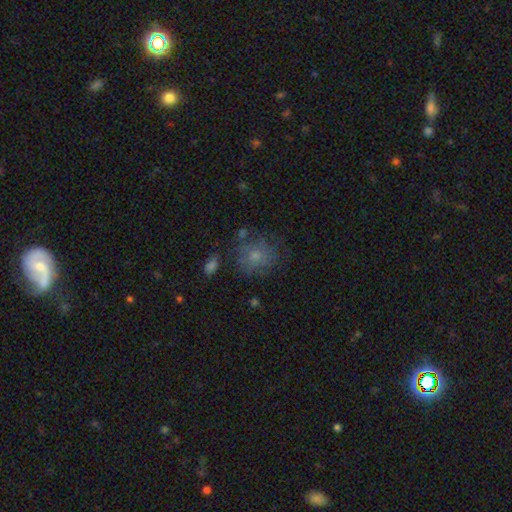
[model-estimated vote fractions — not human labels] The model was most divided on "merging": none: 66%, minor disturbance: 20%, major disturbance: 10%, merger: 5%. More confident: how rounded — round (79%); smooth or featured — smooth (69%).